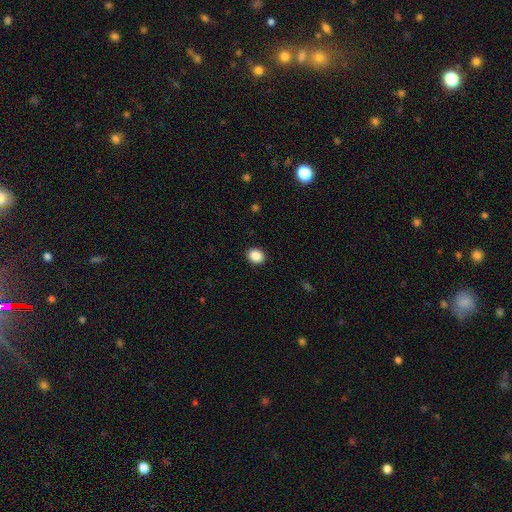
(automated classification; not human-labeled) Morphology: type=smooth (88%); roundness=round (59%); merging=none (91%).